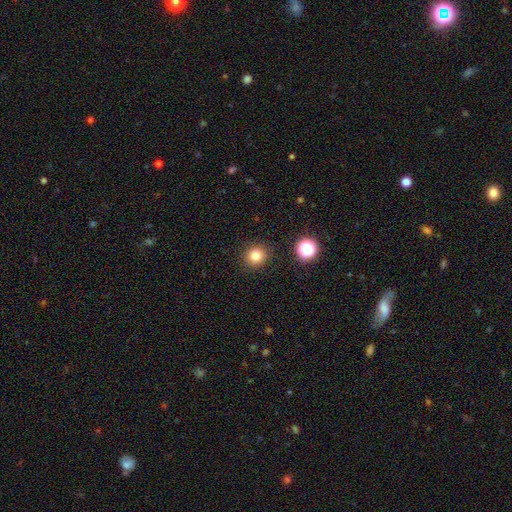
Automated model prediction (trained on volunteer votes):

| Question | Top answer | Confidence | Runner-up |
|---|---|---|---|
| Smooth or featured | smooth | 81% | star or artifact (13%) |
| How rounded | round | 86% | in between (13%) |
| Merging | none | 88% | minor disturbance (7%) |